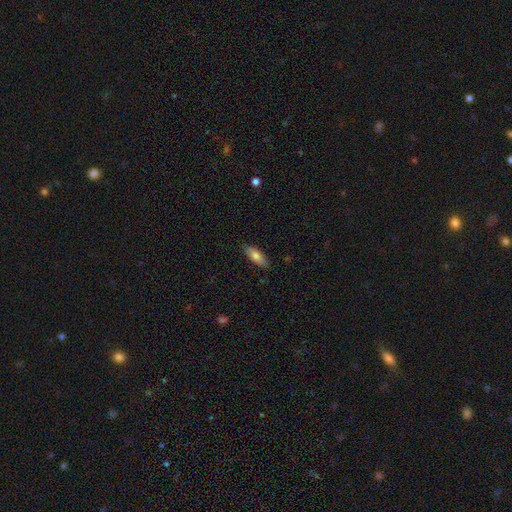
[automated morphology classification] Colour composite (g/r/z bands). It shows a smooth galaxy with no disk features (77%) that is in between round and cigar-shaped (66%). Merging: none (86%).